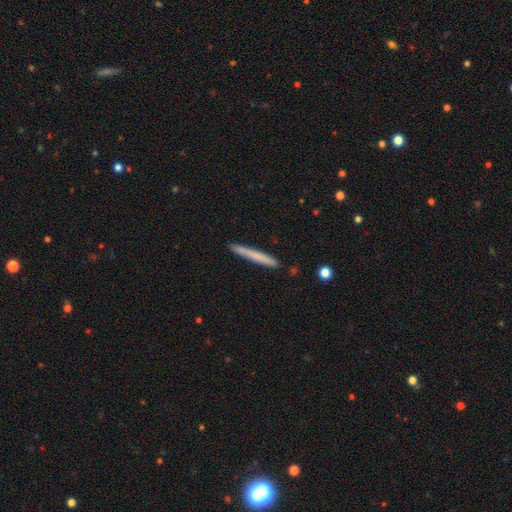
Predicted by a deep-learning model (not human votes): smooth 68%, featured or disk 26%, star or artifact 6%. Down the decision tree: how rounded — cigar-shaped (97%); merging — none (88%).